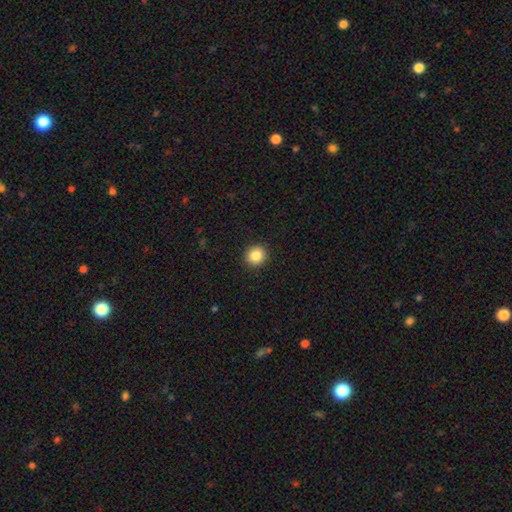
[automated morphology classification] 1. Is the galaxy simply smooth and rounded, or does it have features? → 85% smooth, 10% star or artifact, 5% featured or disk.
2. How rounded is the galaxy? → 93% round, 6% in between, 1% cigar-shaped.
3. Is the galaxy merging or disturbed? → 93% none, 5% minor disturbance, 2% major disturbance, 1% merger.